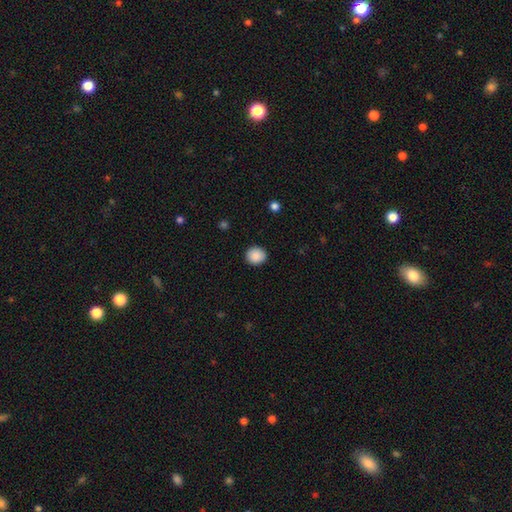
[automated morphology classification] Q: Smooth or featured?
A: smooth (89%); runner-up: star or artifact (8%)
Q: How rounded?
A: round (86%); runner-up: in between (13%)
Q: Merging?
A: none (90%); runner-up: minor disturbance (7%)